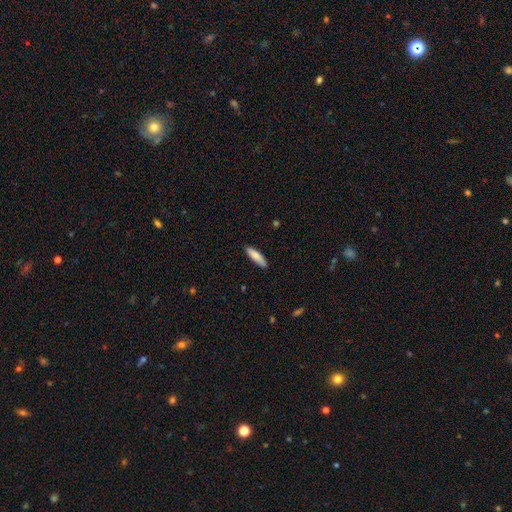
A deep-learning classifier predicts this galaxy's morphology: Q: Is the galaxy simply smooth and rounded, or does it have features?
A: smooth — 82%.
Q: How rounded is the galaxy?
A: cigar-shaped — 68%.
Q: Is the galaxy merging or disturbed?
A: none — 86%.